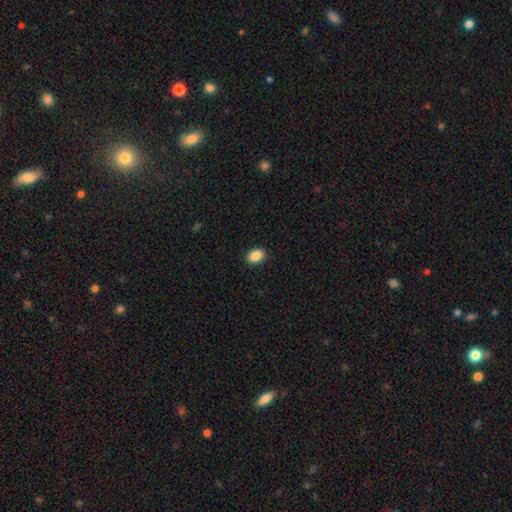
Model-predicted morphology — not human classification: Overall: smooth (89%). How rounded: in between (72%). Merging: none (91%).